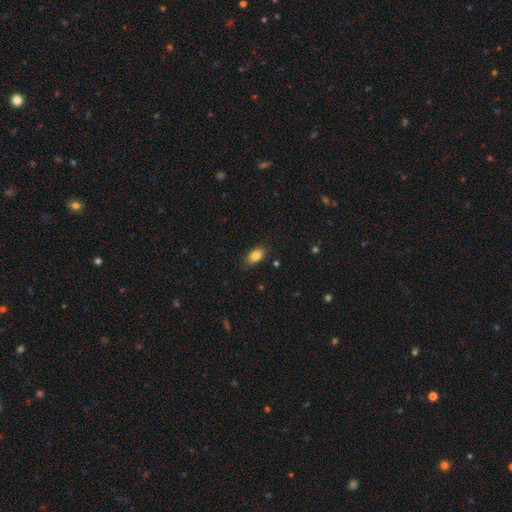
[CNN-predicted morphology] This appears to be a smooth galaxy with no disk features (83%) that is in between round and cigar-shaped (89%). Merging: none (84%).